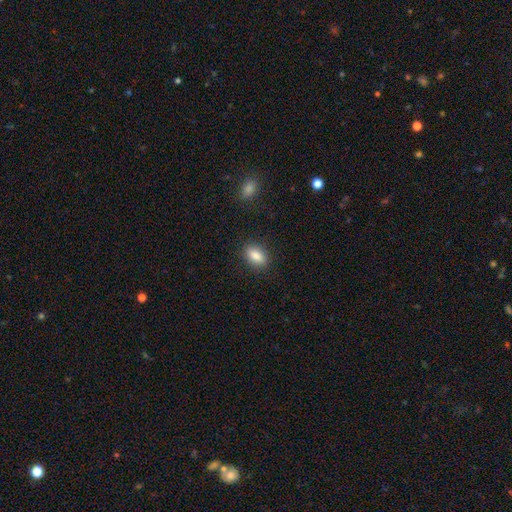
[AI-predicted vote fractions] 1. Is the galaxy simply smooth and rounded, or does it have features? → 85% smooth, 8% star or artifact, 7% featured or disk.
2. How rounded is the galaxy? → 85% in between, 8% round, 7% cigar-shaped.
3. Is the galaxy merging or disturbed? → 87% none, 9% minor disturbance, 2% major disturbance, 1% merger.